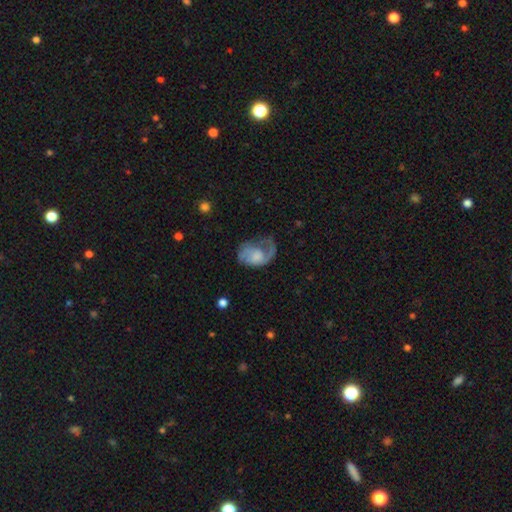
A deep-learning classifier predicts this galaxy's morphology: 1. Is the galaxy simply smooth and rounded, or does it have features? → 59% featured or disk, 33% smooth, 7% star or artifact.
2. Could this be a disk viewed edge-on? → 97% no, 3% yes.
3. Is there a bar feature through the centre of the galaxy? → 73% no, 23% weak, 4% strong.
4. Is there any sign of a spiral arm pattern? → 76% yes, 24% no.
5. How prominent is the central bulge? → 33% none, 24% small, 23% moderate, 17% large, 3% dominant.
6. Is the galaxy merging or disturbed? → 43% major disturbance, 31% none, 24% minor disturbance, 3% merger.